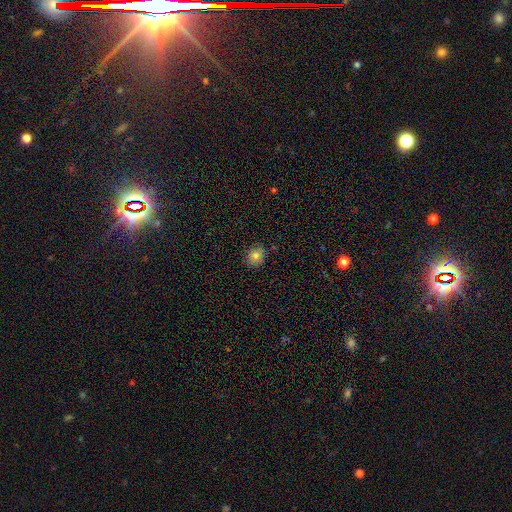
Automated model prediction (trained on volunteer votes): Morphology: type=smooth (80%); roundness=round (78%); merging=none (86%).